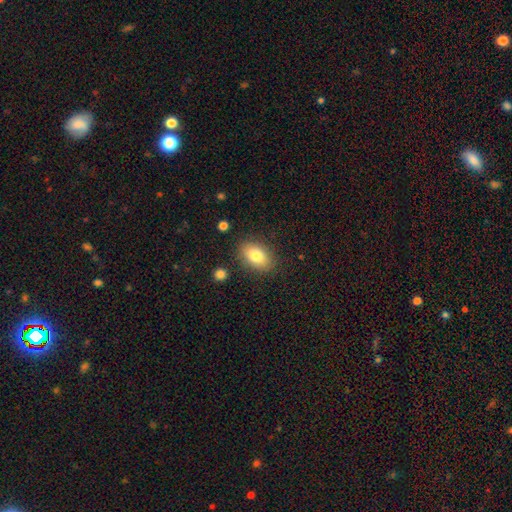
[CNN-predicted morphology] This appears to be a smooth galaxy with no disk features (81%) that is in between round and cigar-shaped (88%). Merging: none (84%).